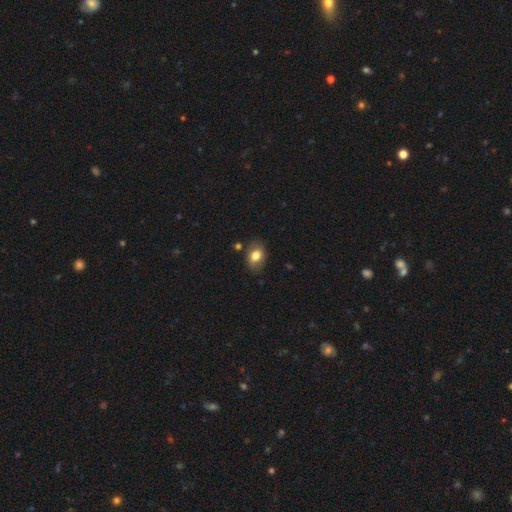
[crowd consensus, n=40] This is clearly a smooth galaxy (85%). How rounded: likely in between (71%). Merging: clearly none (87%).